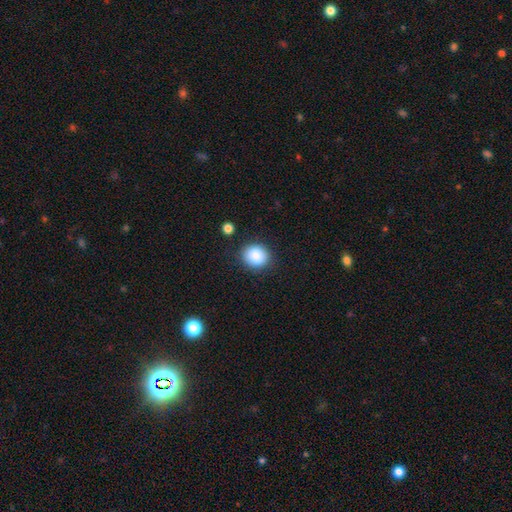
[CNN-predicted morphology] This is clearly a smooth galaxy (88%). How rounded: likely round (75%). Merging: clearly none (85%).